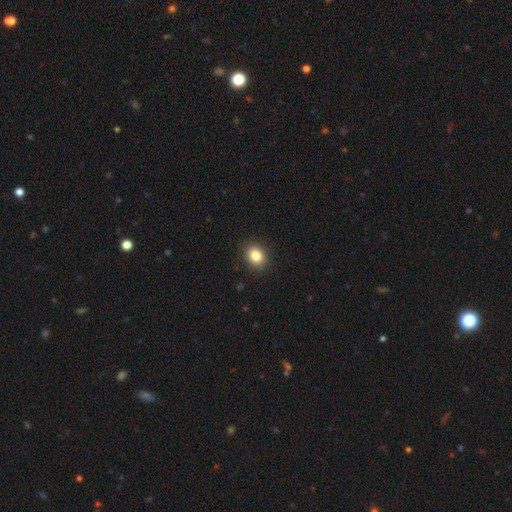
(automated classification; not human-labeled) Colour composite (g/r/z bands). It shows a smooth galaxy with no disk features (85%) that is round (57%). Merging: none (90%).